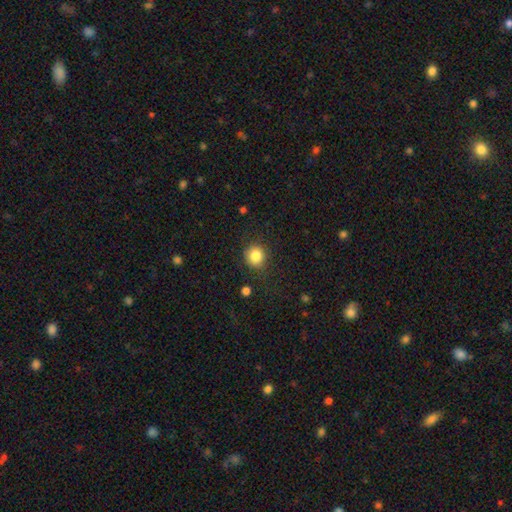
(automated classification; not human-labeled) Smooth or featured? smooth (84%)
How rounded? round (88%)
Merging? none (85%)